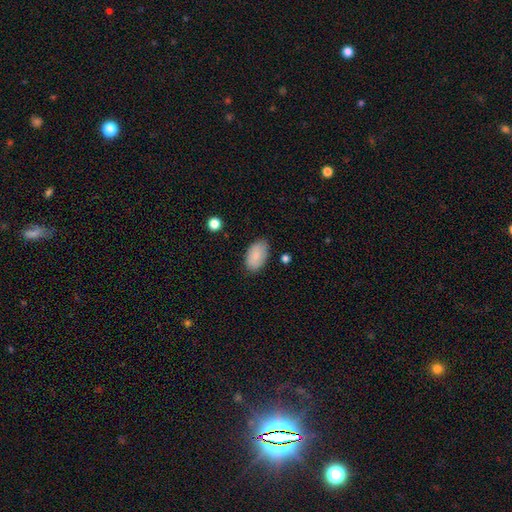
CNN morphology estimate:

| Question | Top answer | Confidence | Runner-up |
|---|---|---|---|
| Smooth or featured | smooth | 83% | featured or disk (10%) |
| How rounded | in between | 94% | round (5%) |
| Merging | none | 81% | minor disturbance (15%) |